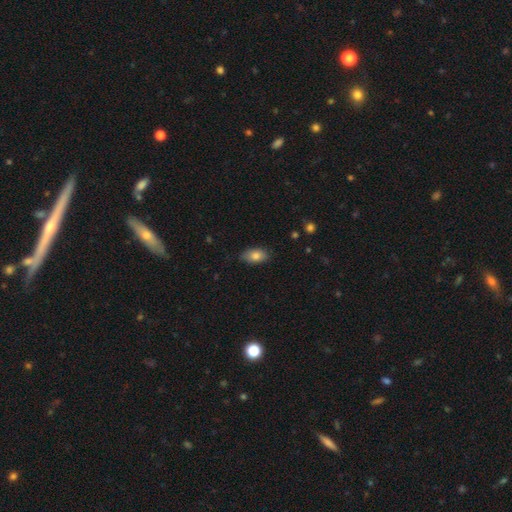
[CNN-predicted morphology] smooth-or-featured: smooth: 82% | featured or disk: 10% | star or artifact: 8%
  how-rounded: in between: 91% | round: 5% | cigar-shaped: 3%
  merging: none: 81% | minor disturbance: 16% | major disturbance: 3% | merger: 1%